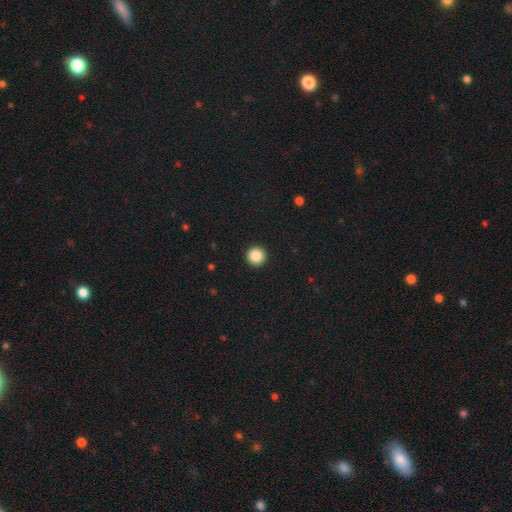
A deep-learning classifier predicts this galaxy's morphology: type=smooth (87%); roundness=round (96%); merging=none (94%).